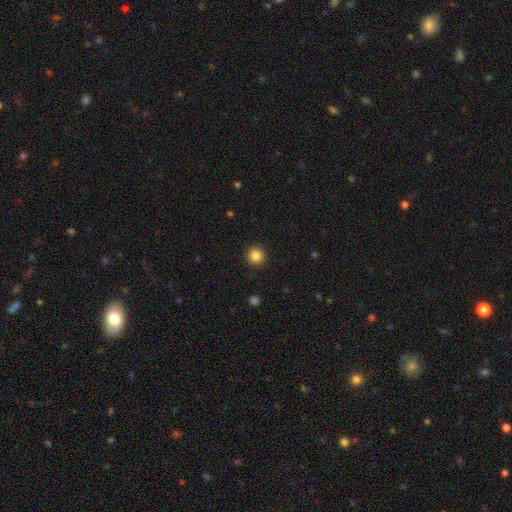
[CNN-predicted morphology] Smooth or featured?
  - smooth: 85% *
  - star or artifact: 10%
  - featured or disk: 4%
How rounded?
  - round: 95% *
  - in between: 4%
  - cigar-shaped: 1%
Merging?
  - none: 92% *
  - minor disturbance: 5%
  - major disturbance: 2%
  - merger: 1%